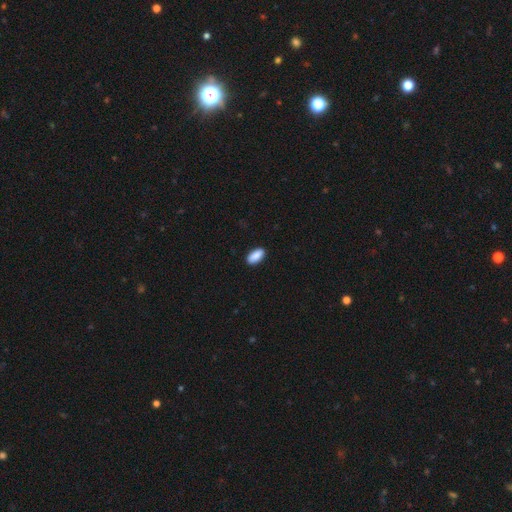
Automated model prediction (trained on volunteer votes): Smooth or featured? smooth (89%)
How rounded? in between (91%)
Merging? none (89%)